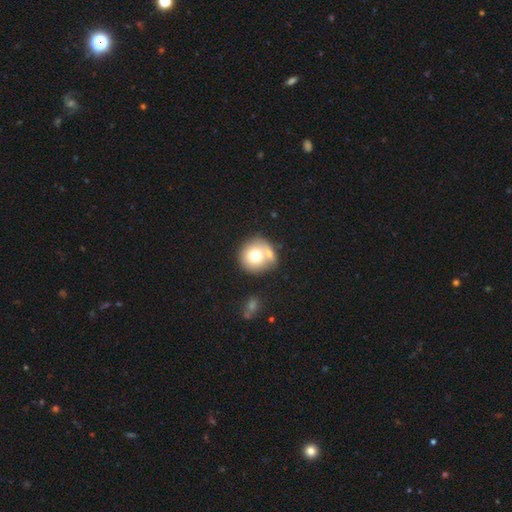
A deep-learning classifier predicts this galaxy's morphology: Q: Smooth or featured?
A: smooth (69%); runner-up: featured or disk (21%)
Q: How rounded?
A: round (91%); runner-up: in between (8%)
Q: Merging?
A: none (56%); runner-up: merger (27%)